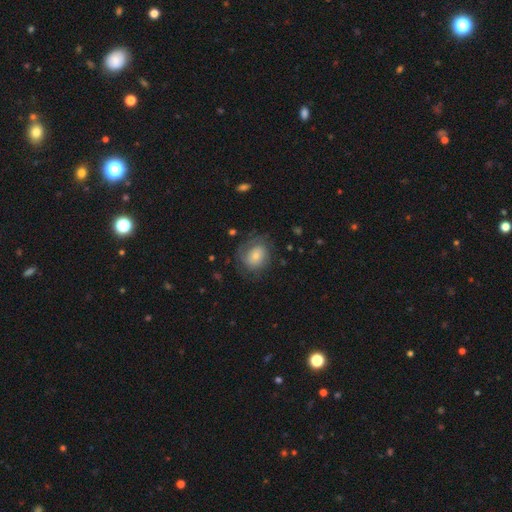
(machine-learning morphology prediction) type=smooth (58%); roundness=round (63%); merging=none (64%).